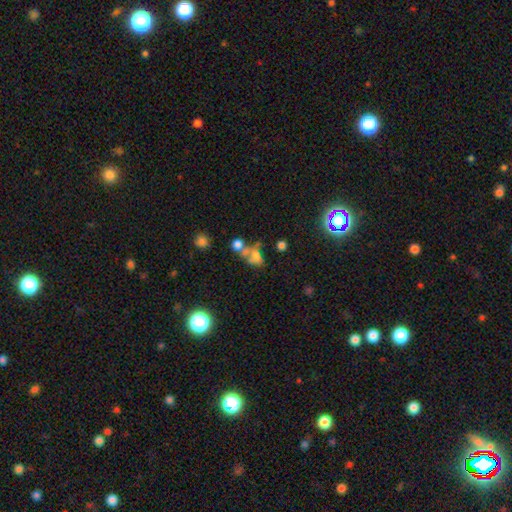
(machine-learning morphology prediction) Overall: smooth (55%; featured or disk 25%). How rounded: in between (69%). Merging: merger (46%; none 24%).